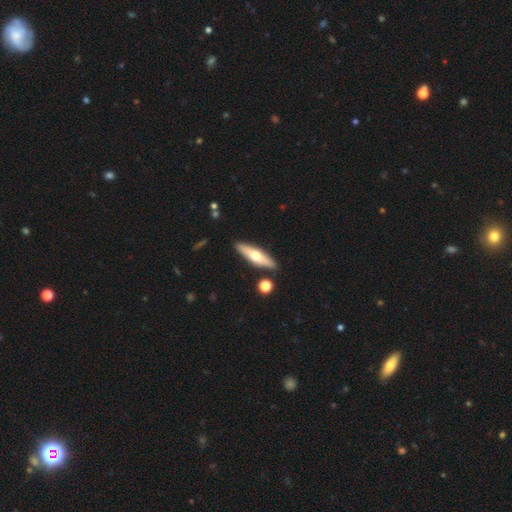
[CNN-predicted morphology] Smooth or featured: featured or disk — 49% (smooth — 45%)
Merging: none — 87% (minor disturbance — 8%)